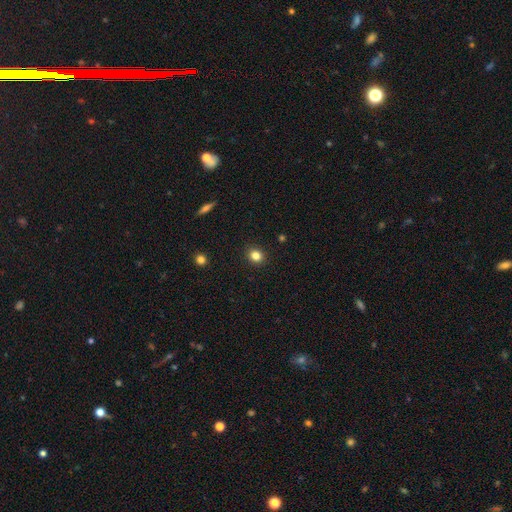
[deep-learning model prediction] A smooth galaxy with no disk features (82%) that is round (82%). Merging: none (91%).